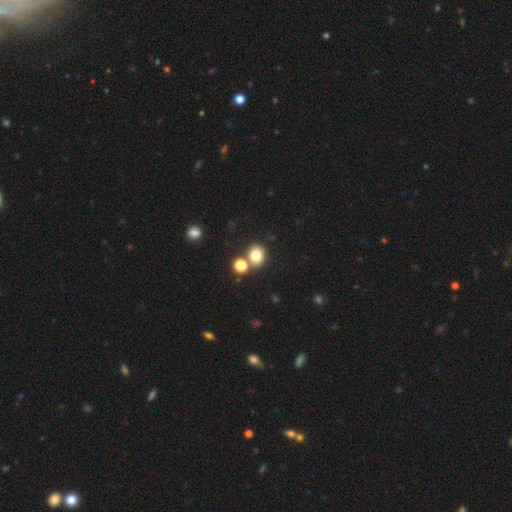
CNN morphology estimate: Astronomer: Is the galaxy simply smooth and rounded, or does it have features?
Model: smooth — 78%.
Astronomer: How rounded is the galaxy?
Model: round — 72%.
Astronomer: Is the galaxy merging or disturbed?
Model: none — 69%.